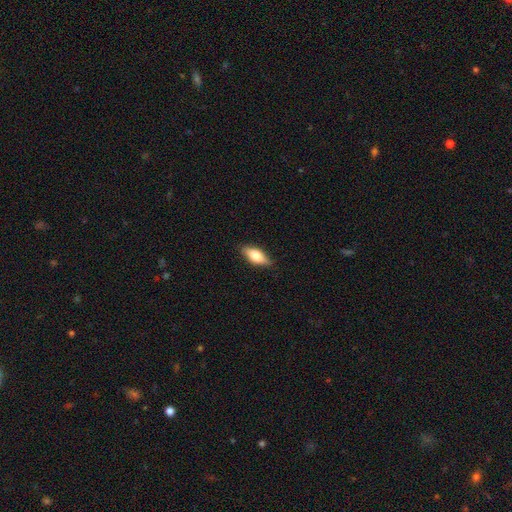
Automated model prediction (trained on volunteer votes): Smooth or featured? Predicted: smooth (p=0.67). How rounded? Predicted: in between (p=0.77). Merging? Predicted: none (p=0.86).